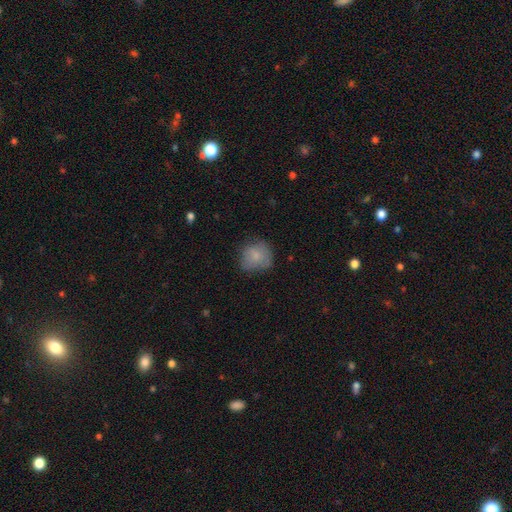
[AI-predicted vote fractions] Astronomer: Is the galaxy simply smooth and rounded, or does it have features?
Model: smooth — 77%.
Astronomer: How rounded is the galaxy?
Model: round — 79%.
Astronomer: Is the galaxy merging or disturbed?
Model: none — 59%.